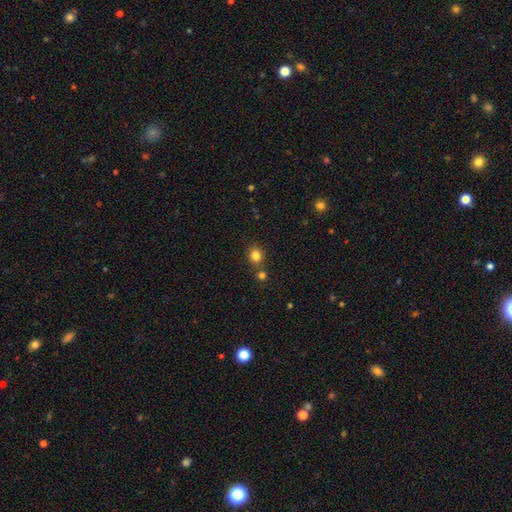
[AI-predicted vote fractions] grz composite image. It shows a smooth galaxy with no disk features (82%) that is round (73%). Merging: none (73%).